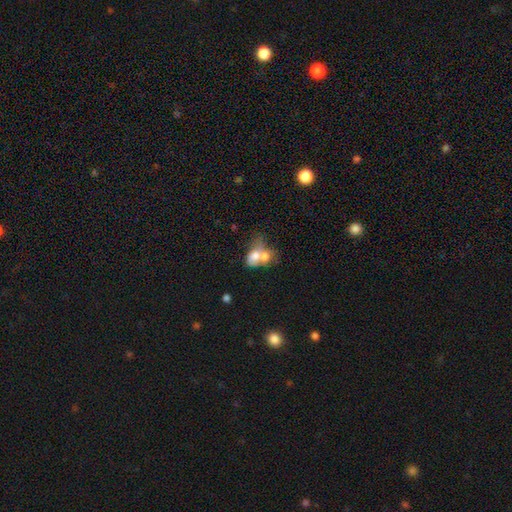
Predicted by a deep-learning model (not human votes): Smooth or featured? Predicted: smooth (p=0.67). How rounded? Predicted: in between (p=0.67). Merging? Predicted: merger (p=0.75).